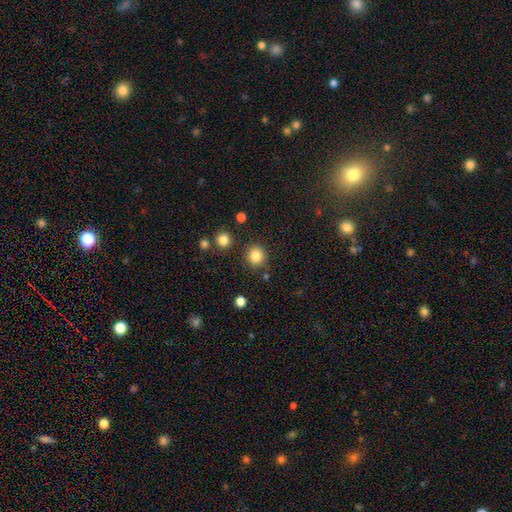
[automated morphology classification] Smooth or featured?
  - smooth: 85% *
  - star or artifact: 11%
  - featured or disk: 4%
How rounded?
  - round: 90% *
  - in between: 9%
  - cigar-shaped: 1%
Merging?
  - none: 87% *
  - minor disturbance: 8%
  - merger: 3%
  - major disturbance: 3%